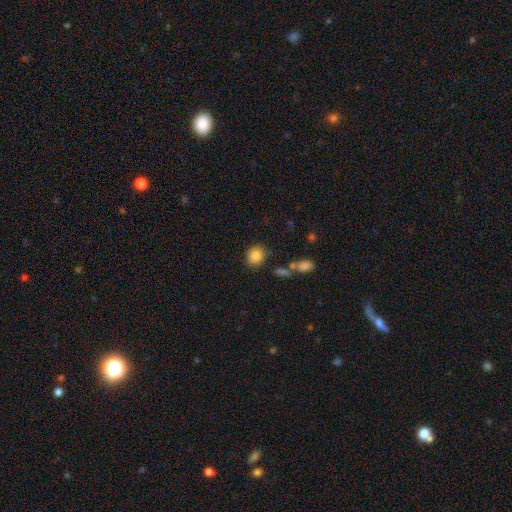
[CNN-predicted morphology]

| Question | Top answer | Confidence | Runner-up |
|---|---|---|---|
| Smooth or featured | smooth | 86% | star or artifact (9%) |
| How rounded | round | 78% | in between (21%) |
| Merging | none | 82% | minor disturbance (10%) |